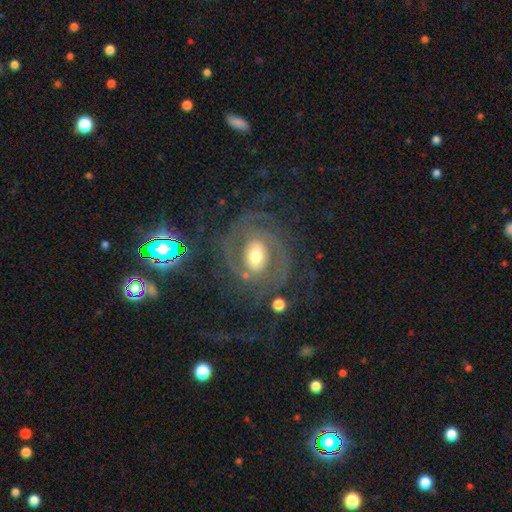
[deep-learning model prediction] Q: Smooth or featured?
A: featured or disk (83%); runner-up: smooth (10%)
Q: Edge-on disk?
A: no (97%); runner-up: yes (3%)
Q: Bar?
A: weak (40%); runner-up: no (39%)
Q: Spiral arms?
A: yes (90%); runner-up: no (10%)
Q: Spiral winding?
A: tight (46%); runner-up: medium (40%)
Q: Spiral arm count?
A: 2 (56%); runner-up: can't tell (17%)
Q: Bulge size?
A: moderate (65%); runner-up: small (16%)
Q: Merging?
A: none (69%); runner-up: minor disturbance (15%)